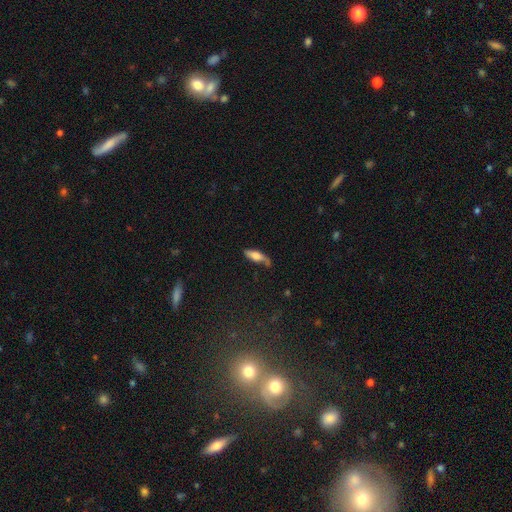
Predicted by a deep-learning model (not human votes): Q: Smooth or featured?
A: smooth (55%); runner-up: featured or disk (38%)
Q: How rounded?
A: in between (58%); runner-up: cigar-shaped (40%)
Q: Merging?
A: none (55%); runner-up: minor disturbance (29%)